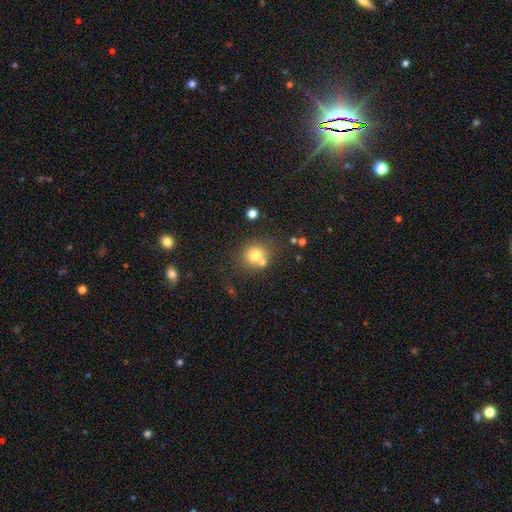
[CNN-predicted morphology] This is likely a smooth galaxy (75%). How rounded: clearly round (86%). Merging: likely none (62%).